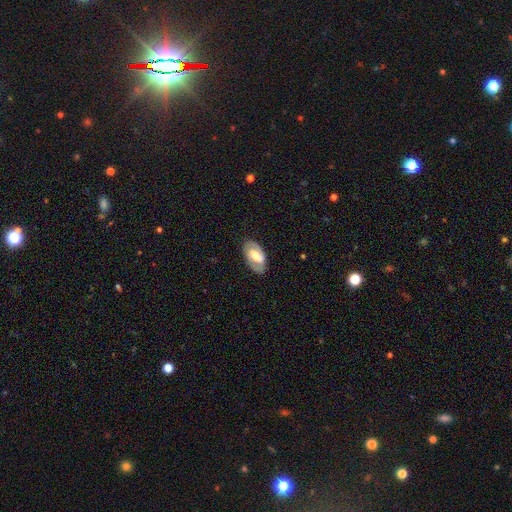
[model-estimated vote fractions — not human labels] This appears to be a featured or disk galaxy (75%) with a weak bar (47%), 2 (87%) tight (44%) spiral arms (87%) and a moderate central bulge (61%). Merging: none (84%).